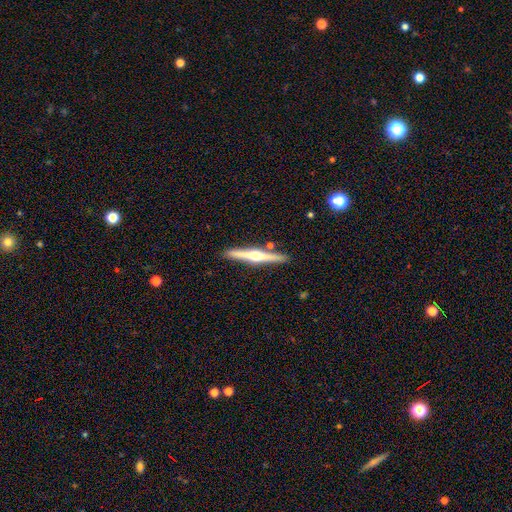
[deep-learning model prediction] This is likely a featured or disk galaxy (75%). It is clearly viewed edge-on (98%). Edge-on bulge: clearly rounded (94%). Merging: clearly none (90%).